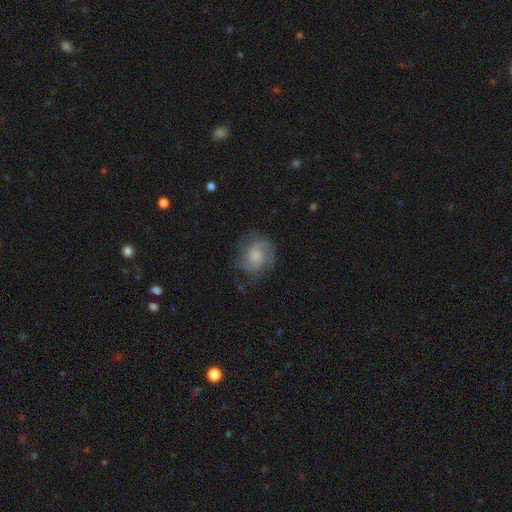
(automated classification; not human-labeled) Q: Smooth or featured?
A: featured or disk (60%); runner-up: smooth (32%)
Q: Edge-on disk?
A: no (97%); runner-up: yes (3%)
Q: Bar?
A: no (69%); runner-up: weak (27%)
Q: Spiral arms?
A: yes (88%); runner-up: no (12%)
Q: Spiral winding?
A: medium (47%); runner-up: tight (32%)
Q: Spiral arm count?
A: 2 (42%); runner-up: can't tell (23%)
Q: Bulge size?
A: moderate (40%); runner-up: small (30%)
Q: Merging?
A: none (65%); runner-up: minor disturbance (22%)